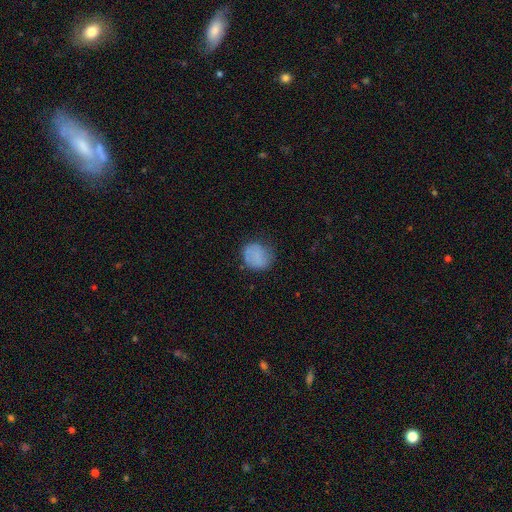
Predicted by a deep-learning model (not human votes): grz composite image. It shows a smooth galaxy with no disk features (78%) that is round (76%). Merging: none (65%).